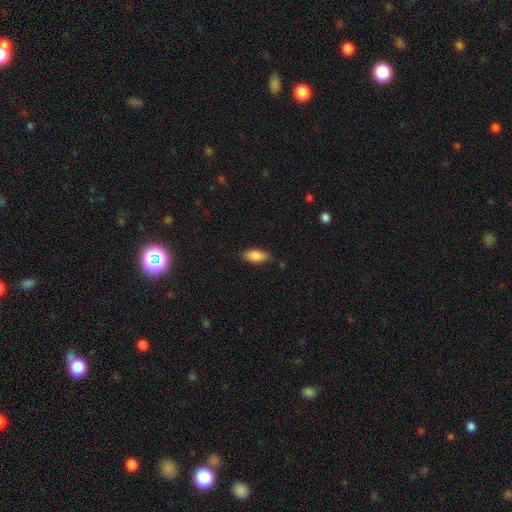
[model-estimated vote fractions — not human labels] Smooth or featured? Predicted: smooth (p=0.87). How rounded? Predicted: in between (p=0.87). Merging? Predicted: none (p=0.81).